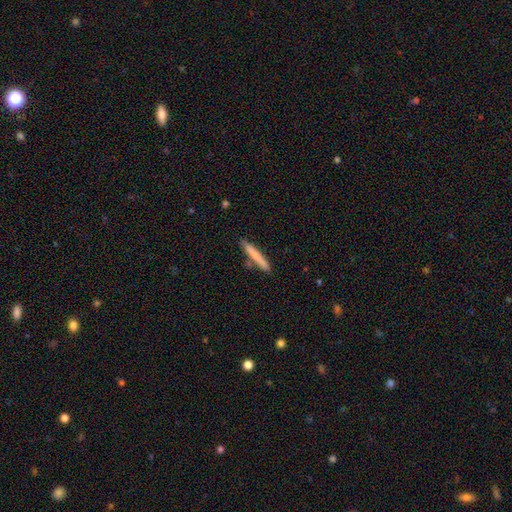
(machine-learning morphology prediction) smooth-or-featured: smooth: 75% | featured or disk: 19% | star or artifact: 6%
  how-rounded: cigar-shaped: 95% | in between: 4% | round: 1%
  merging: none: 83% | minor disturbance: 10% | merger: 5% | major disturbance: 2%